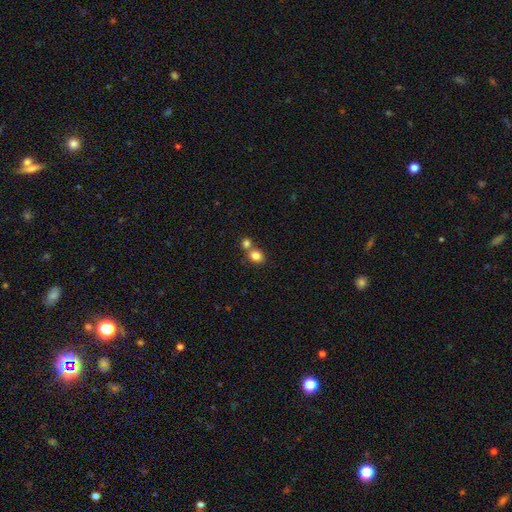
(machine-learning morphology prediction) Q: Smooth or featured?
A: smooth (82%); runner-up: star or artifact (10%)
Q: How rounded?
A: round (60%); runner-up: in between (39%)
Q: Merging?
A: none (49%); runner-up: merger (41%)